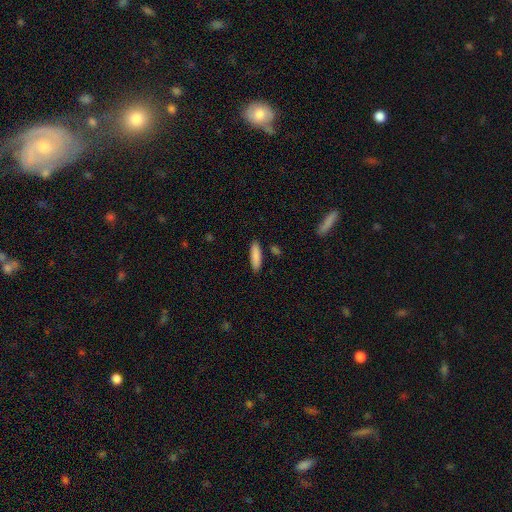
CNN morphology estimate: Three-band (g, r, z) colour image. It shows a smooth galaxy with no disk features (87%) that is cigar-shaped (65%). Merging: none (88%).